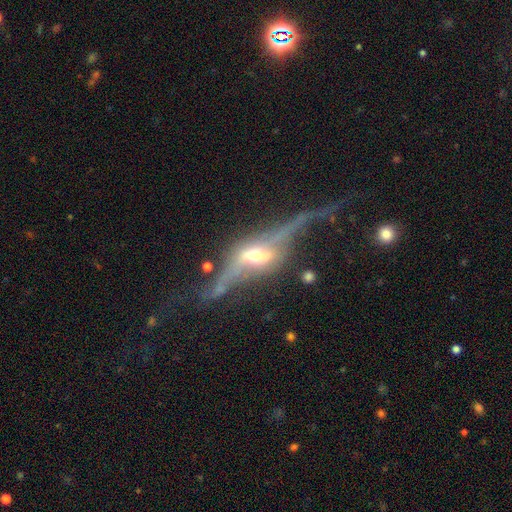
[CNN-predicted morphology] type=featured or disk (85%); edge-on=yes (67%); edge-on bulge=rounded (88%); merging=none (41%).